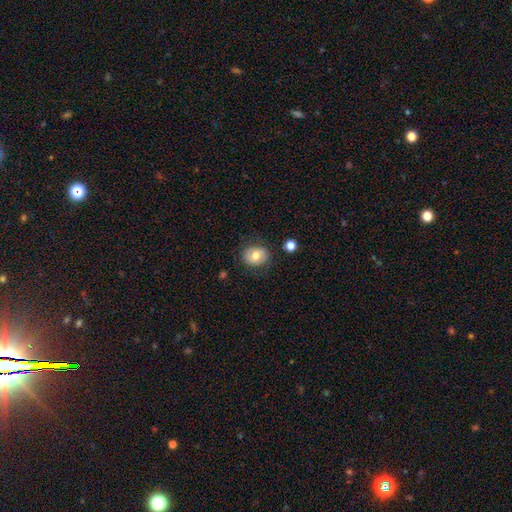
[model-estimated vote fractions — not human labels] Morphology: type=smooth (67%); roundness=round (61%); merging=none (77%).